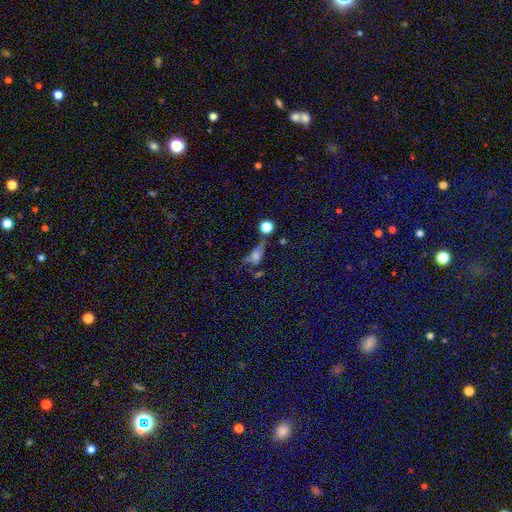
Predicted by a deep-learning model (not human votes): Q: Smooth or featured?
A: smooth (51%); runner-up: featured or disk (27%)
Q: How rounded?
A: in between (59%); runner-up: round (25%)
Q: Merging?
A: none (37%); runner-up: major disturbance (25%)